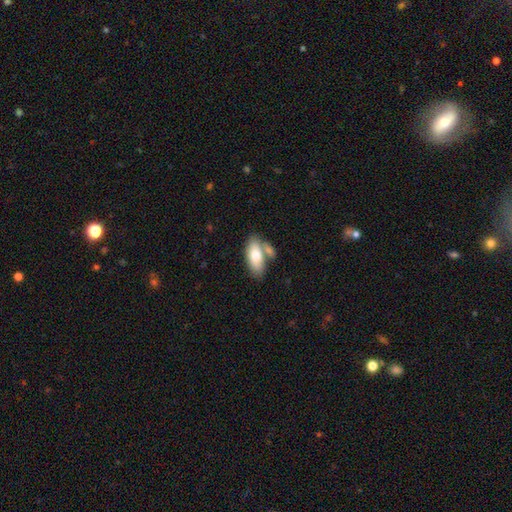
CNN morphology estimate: Smooth or featured? smooth (73%)
How rounded? in between (86%)
Merging? none (51%)